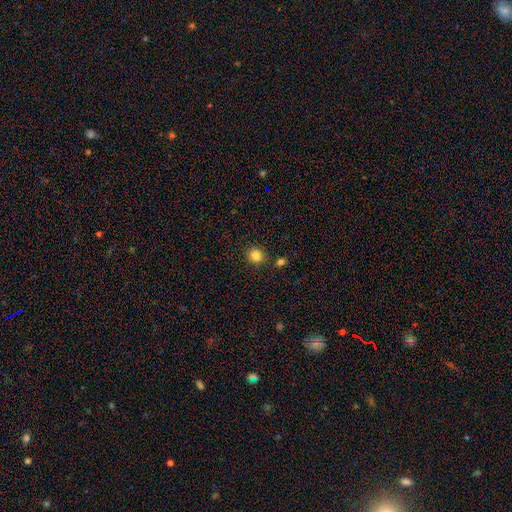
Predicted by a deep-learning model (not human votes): Smooth or featured? smooth (84%)
How rounded? round (88%)
Merging? none (86%)